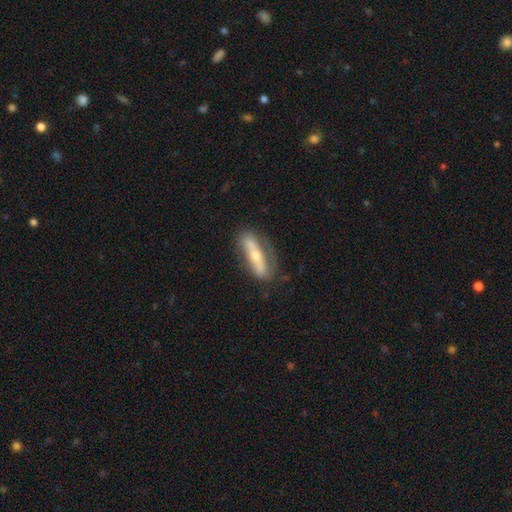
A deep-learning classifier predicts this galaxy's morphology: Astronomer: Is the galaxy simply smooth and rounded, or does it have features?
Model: featured or disk — 56% (runner-up: smooth, 38%).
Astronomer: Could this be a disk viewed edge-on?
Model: yes — 54% (runner-up: no, 46%).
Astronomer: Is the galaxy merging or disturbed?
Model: none — 69%.